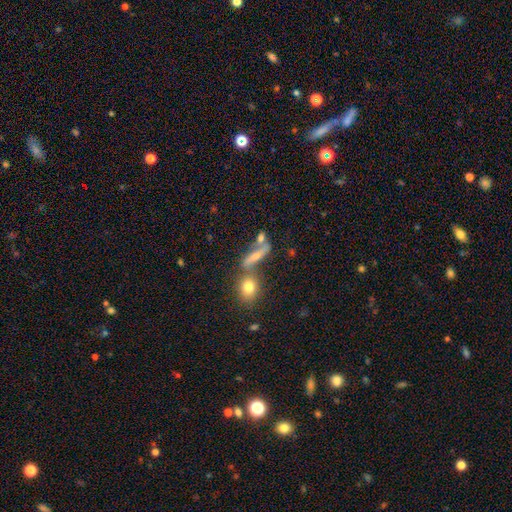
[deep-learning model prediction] Smooth or featured? featured or disk (45%)
Merging? none (48%)